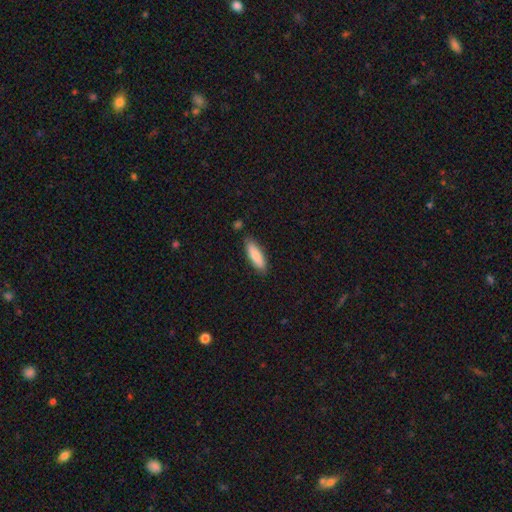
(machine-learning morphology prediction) The model was most divided on "how rounded": in between: 50%, cigar-shaped: 49%, round: 1%. More confident: smooth or featured — smooth (86%); merging — none (84%).